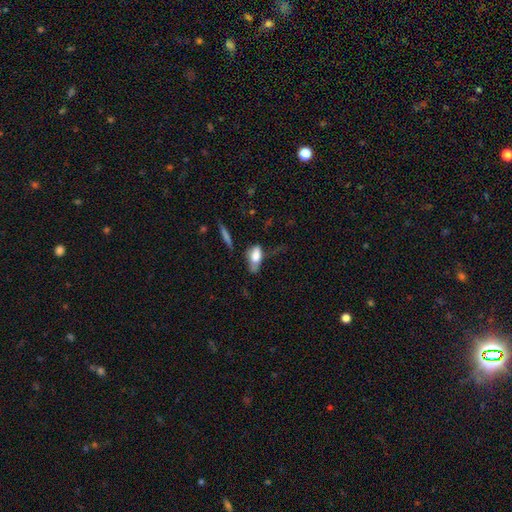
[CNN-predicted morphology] Smooth or featured? Predicted: smooth (p=0.69). How rounded? Predicted: in between (p=0.85). Merging? Predicted: minor disturbance (p=0.32).